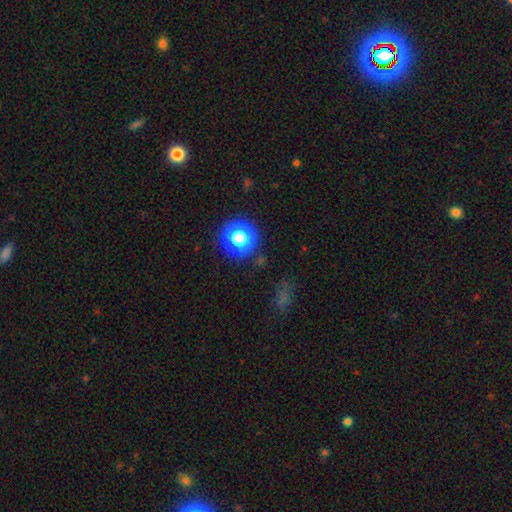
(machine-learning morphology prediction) star or artifact 53%, smooth 39%, featured or disk 9%.